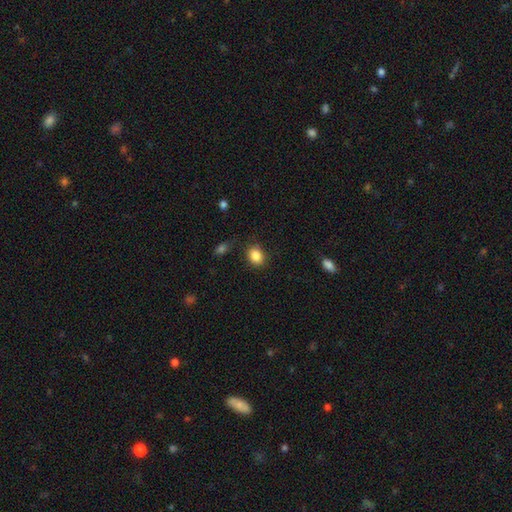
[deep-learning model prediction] Smooth or featured?
  - smooth: 86% *
  - star or artifact: 9%
  - featured or disk: 5%
How rounded?
  - round: 50% *
  - in between: 49%
  - cigar-shaped: 1%
Merging?
  - none: 82% *
  - minor disturbance: 13%
  - major disturbance: 4%
  - merger: 2%